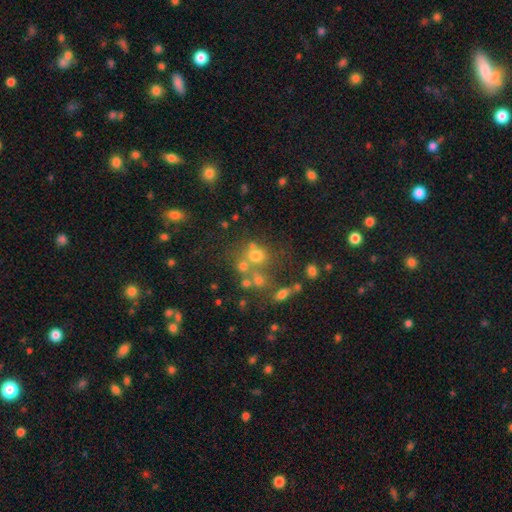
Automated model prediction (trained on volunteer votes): Overall: smooth (57%; star or artifact 25%). How rounded: round (78%). Merging: none (51%; merger 31%).